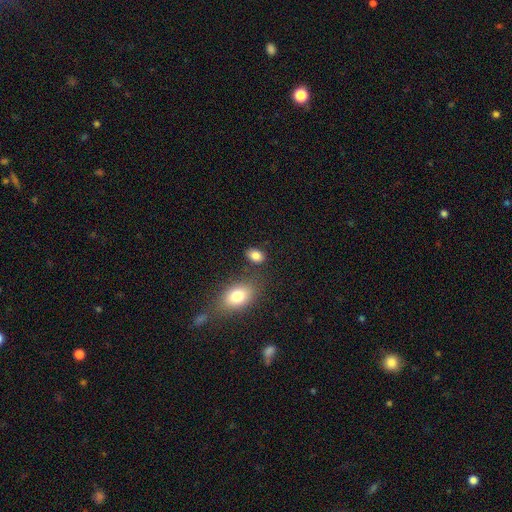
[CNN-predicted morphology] smooth-or-featured: smooth: 83% | star or artifact: 10% | featured or disk: 7%
  how-rounded: in between: 82% | round: 17% | cigar-shaped: 2%
  merging: none: 75% | minor disturbance: 13% | merger: 8% | major disturbance: 4%